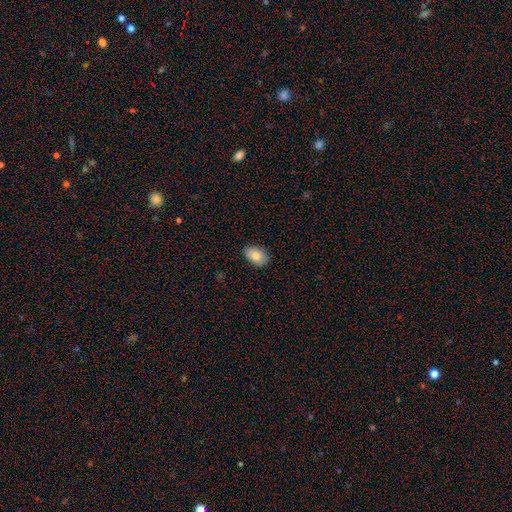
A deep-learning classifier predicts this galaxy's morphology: Overall: smooth (83%). How rounded: in between (88%). Merging: none (86%).